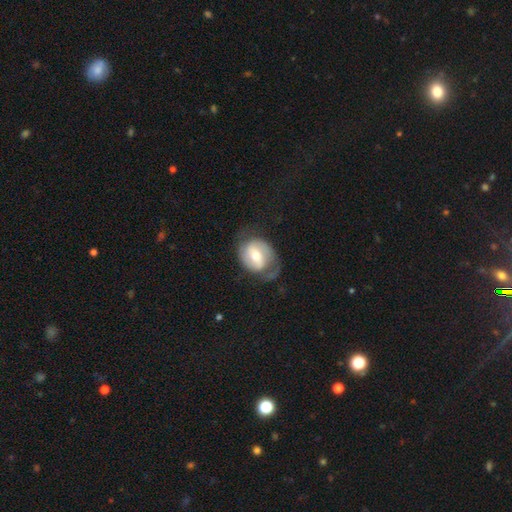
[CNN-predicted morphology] A featured or disk galaxy (70%) with a weak bar (42%), 2 (80%) medium (45%) spiral arms (85%) and a moderate central bulge (64%). Merging: none (58%).